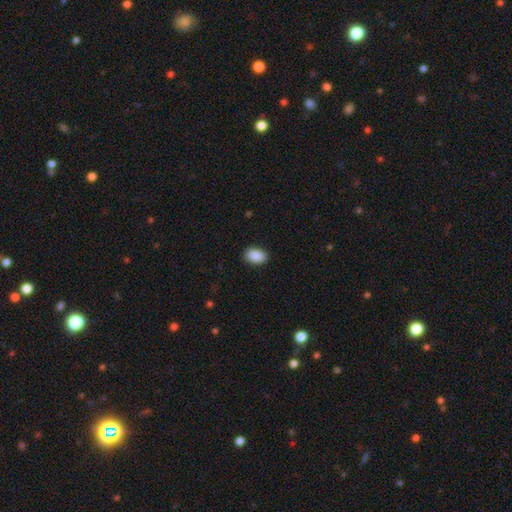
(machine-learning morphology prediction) smooth-or-featured: smooth: 90% | star or artifact: 7% | featured or disk: 3%
  how-rounded: in between: 86% | round: 13% | cigar-shaped: 1%
  merging: none: 89% | minor disturbance: 8% | major disturbance: 2% | merger: 1%